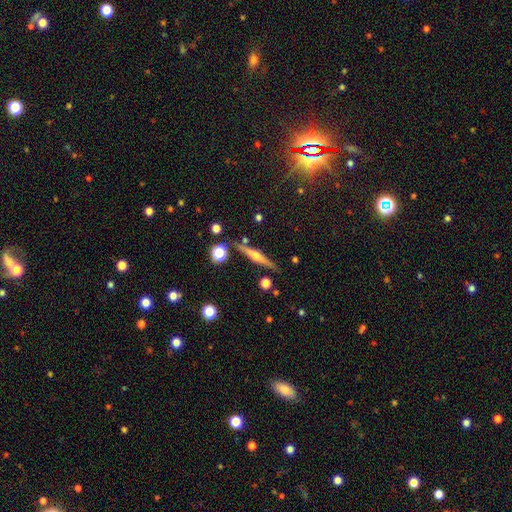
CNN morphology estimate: The model was most divided on "smooth or featured": featured or disk: 72%, smooth: 20%, star or artifact: 8%. More confident: edge-on disk — yes (97%); edge-on bulge — rounded (90%); merging — none (85%).